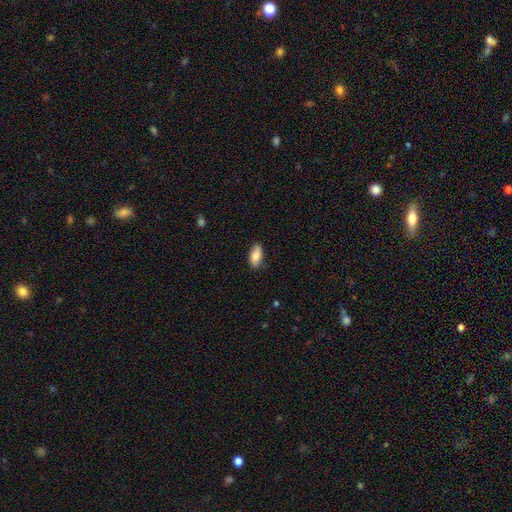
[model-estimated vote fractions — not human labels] Q: Smooth or featured?
A: smooth (82%); runner-up: featured or disk (12%)
Q: How rounded?
A: in between (87%); runner-up: cigar-shaped (11%)
Q: Merging?
A: none (85%); runner-up: minor disturbance (12%)